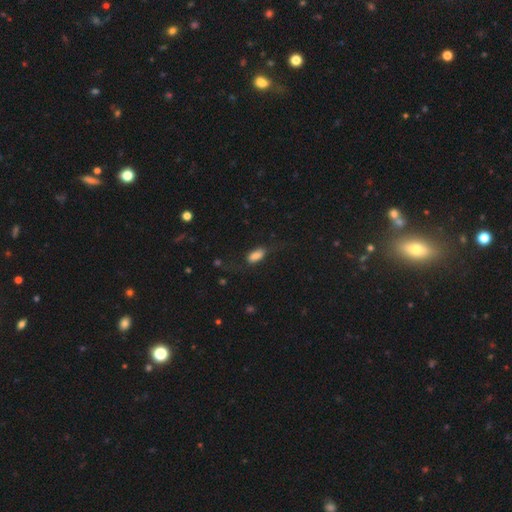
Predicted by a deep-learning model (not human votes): A smooth galaxy with no disk features (79%) that is in between round and cigar-shaped (85%).

Vote fractions:
- Smooth or featured? smooth: 79% / featured or disk: 11% / star or artifact: 9%
- How rounded? in between: 85% / cigar-shaped: 11% / round: 4%
- Merging? none: 56% / minor disturbance: 22% / major disturbance: 19% / merger: 3%